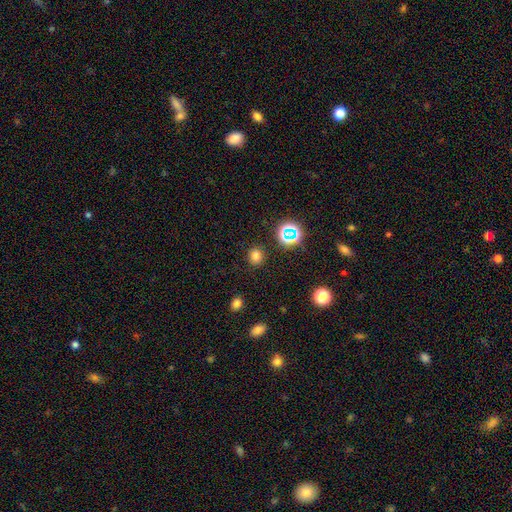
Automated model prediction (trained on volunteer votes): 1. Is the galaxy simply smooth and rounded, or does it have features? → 75% smooth, 20% star or artifact, 5% featured or disk.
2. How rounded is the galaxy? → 84% round, 15% in between, 1% cigar-shaped.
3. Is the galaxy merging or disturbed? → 88% none, 8% minor disturbance, 3% major disturbance, 2% merger.